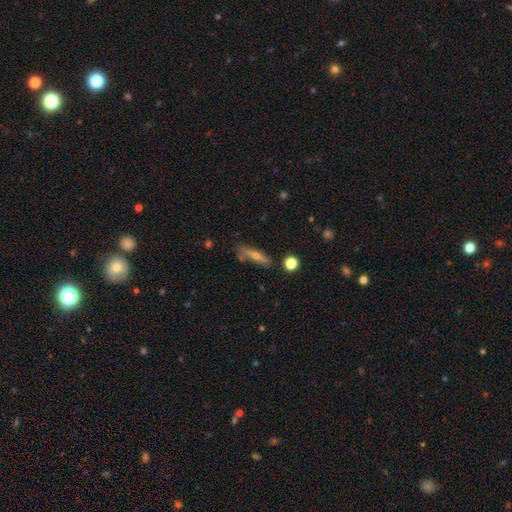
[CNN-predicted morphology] type=featured or disk (48%); merging=none (67%).